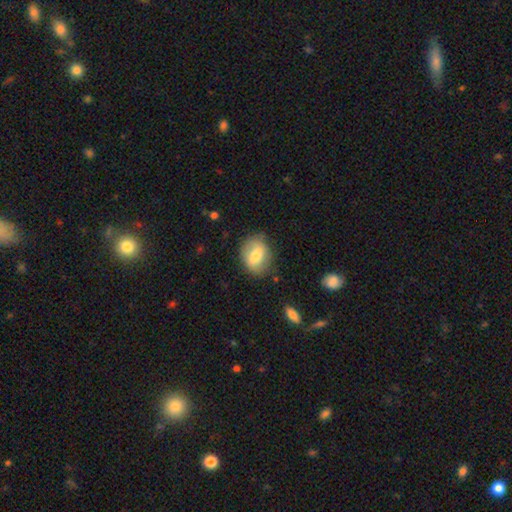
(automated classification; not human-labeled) Smooth or featured? smooth (69%)
How rounded? in between (64%)
Merging? none (75%)